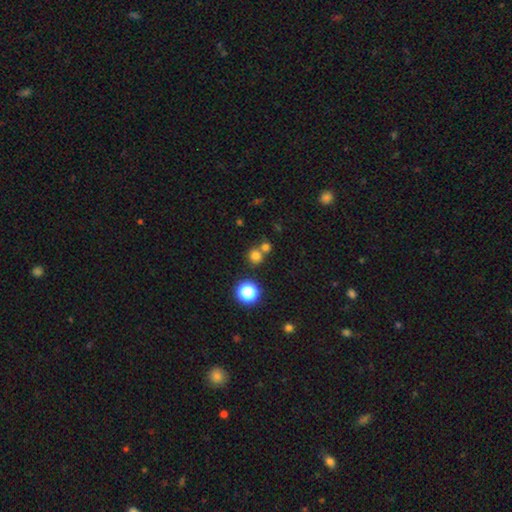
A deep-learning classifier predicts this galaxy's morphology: type=smooth (73%); roundness=round (90%); merging=none (62%).